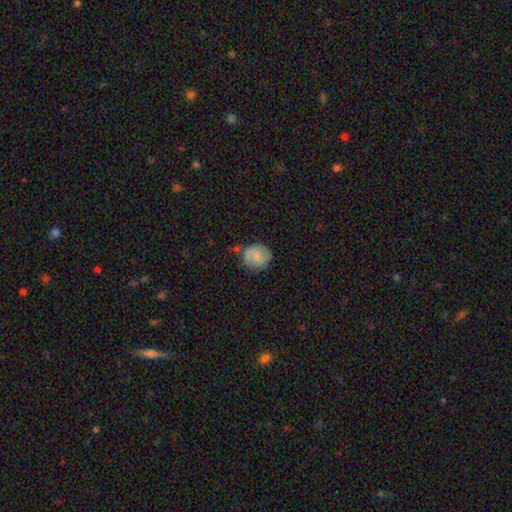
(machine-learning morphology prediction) smooth 61%, featured or disk 31%, star or artifact 8%. Down the decision tree: how rounded — round (77%); merging — none (67%).